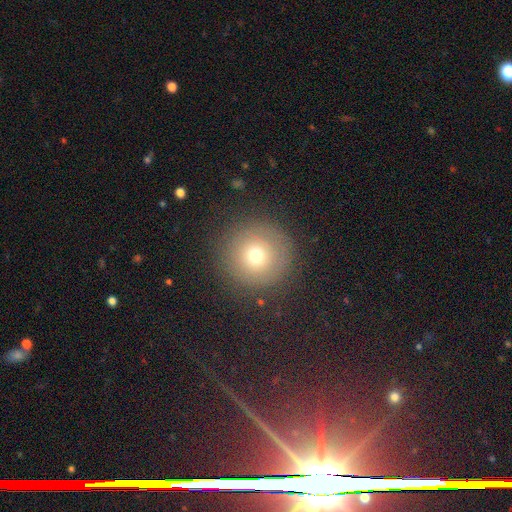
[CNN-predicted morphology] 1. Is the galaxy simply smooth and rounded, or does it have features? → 69% smooth, 16% featured or disk, 15% star or artifact.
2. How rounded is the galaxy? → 96% round, 3% in between, 1% cigar-shaped.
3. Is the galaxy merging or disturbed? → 87% none, 8% minor disturbance, 4% major disturbance, 1% merger.